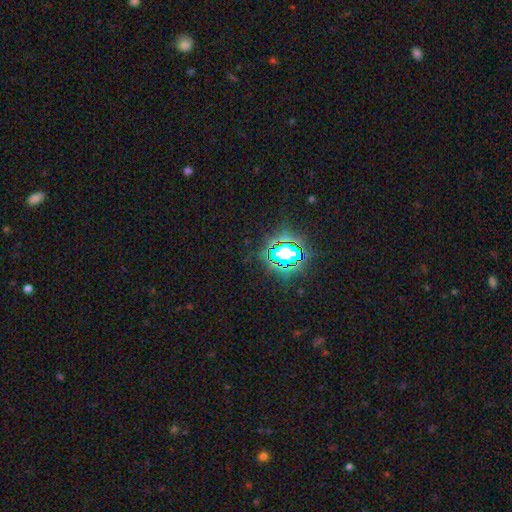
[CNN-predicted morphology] This is likely a star or artifact rather than a galaxy (80%).